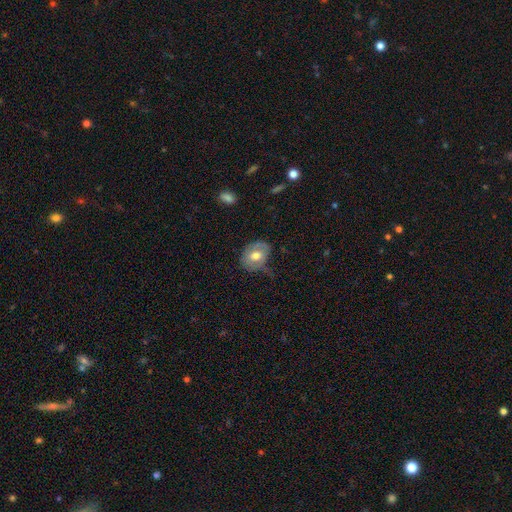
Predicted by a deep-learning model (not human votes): Overall: smooth (65%; featured or disk 27%). How rounded: in between (62%; round 37%). Merging: none (48%; minor disturbance 34%).